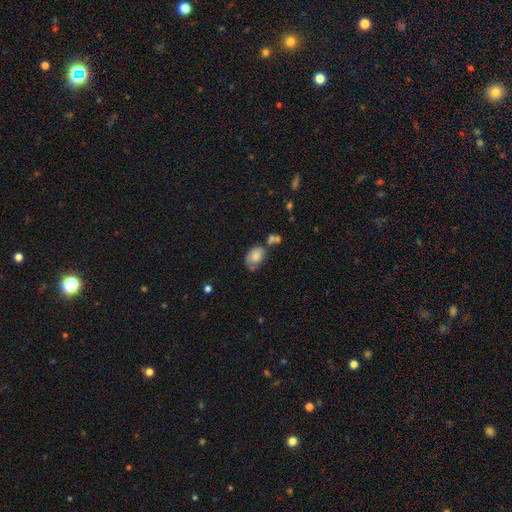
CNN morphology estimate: This appears to be a smooth galaxy with no disk features (74%) that is in between round and cigar-shaped (84%). Merging: none (42%).